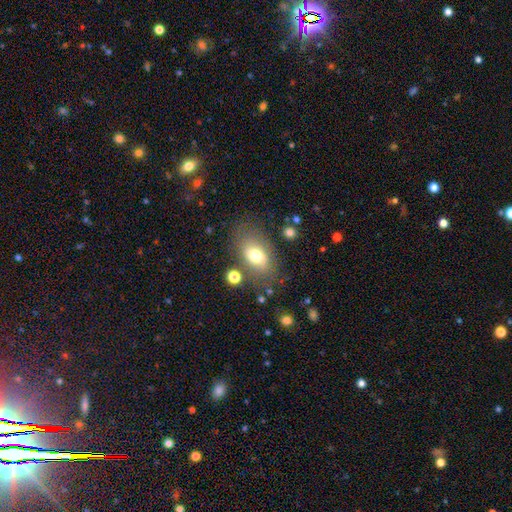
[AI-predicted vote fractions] Smooth or featured: smooth — 70% (featured or disk — 20%)
How rounded: in between — 84% (round — 14%)
Merging: none — 71% (minor disturbance — 16%)